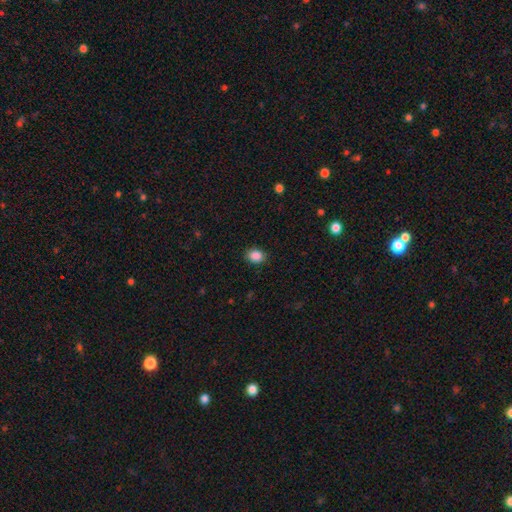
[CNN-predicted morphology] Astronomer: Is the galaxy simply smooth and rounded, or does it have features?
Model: smooth — 87%.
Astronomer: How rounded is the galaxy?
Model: in between — 57% (runner-up: round, 42%).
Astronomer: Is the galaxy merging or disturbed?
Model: none — 88%.